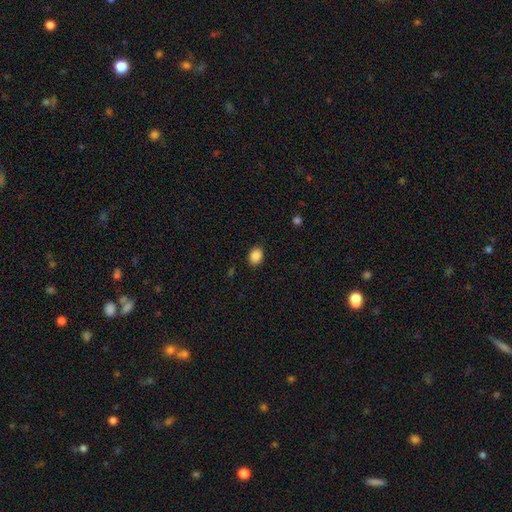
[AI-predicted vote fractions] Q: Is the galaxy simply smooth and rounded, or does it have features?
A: smooth — 88%.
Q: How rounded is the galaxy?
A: in between — 61%.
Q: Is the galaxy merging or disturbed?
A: none — 88%.